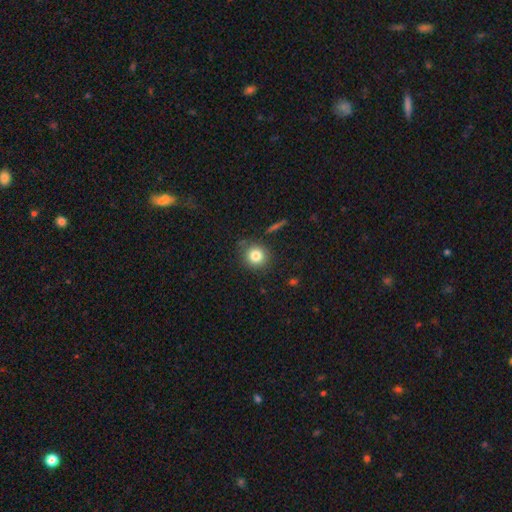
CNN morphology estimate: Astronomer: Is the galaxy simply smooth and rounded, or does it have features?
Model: smooth — 81%.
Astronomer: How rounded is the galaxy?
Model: round — 90%.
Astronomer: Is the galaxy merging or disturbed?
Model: none — 83%.